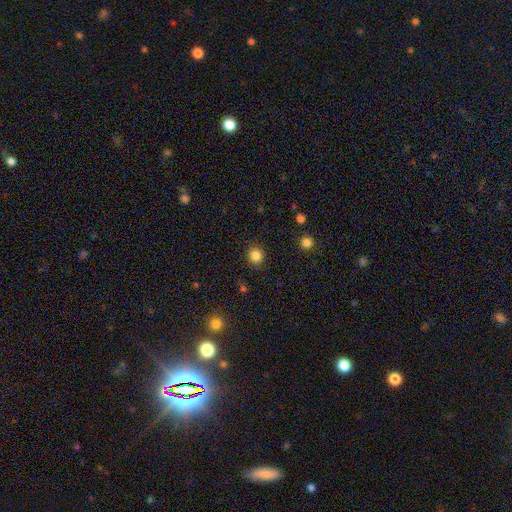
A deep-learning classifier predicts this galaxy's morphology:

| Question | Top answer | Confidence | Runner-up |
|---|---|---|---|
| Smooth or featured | smooth | 84% | star or artifact (12%) |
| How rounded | round | 87% | in between (12%) |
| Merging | none | 89% | minor disturbance (7%) |